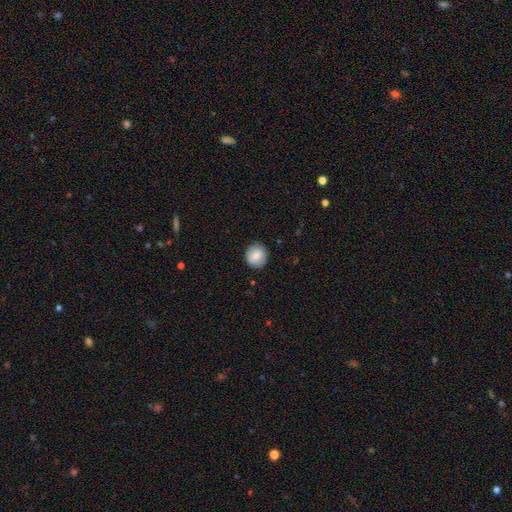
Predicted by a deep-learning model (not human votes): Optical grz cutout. It shows a smooth galaxy with no disk features (79%) that is round (89%). Merging: none (89%).